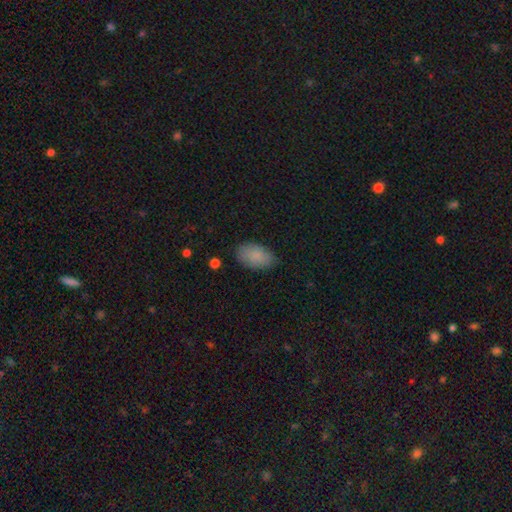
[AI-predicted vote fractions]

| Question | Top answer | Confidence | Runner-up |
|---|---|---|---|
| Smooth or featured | smooth | 85% | featured or disk (8%) |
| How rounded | in between | 92% | round (6%) |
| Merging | none | 77% | minor disturbance (18%) |